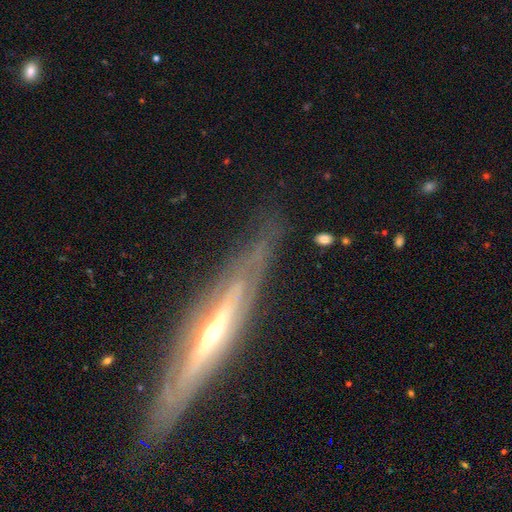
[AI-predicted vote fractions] featured or disk 81%, smooth 13%, star or artifact 6%. Down the decision tree: edge-on disk — yes (72%); edge-on bulge — rounded (79%); merging — none (73%).